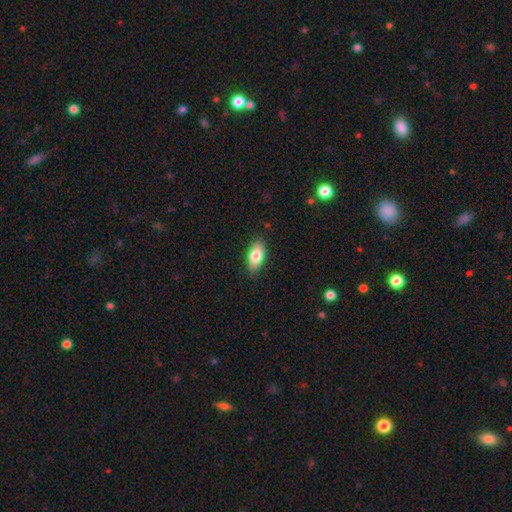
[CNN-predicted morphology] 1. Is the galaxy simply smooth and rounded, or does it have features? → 81% smooth, 12% featured or disk, 7% star or artifact.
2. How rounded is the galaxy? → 90% in between, 7% cigar-shaped, 4% round.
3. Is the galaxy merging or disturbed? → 86% none, 11% minor disturbance, 2% major disturbance, 1% merger.